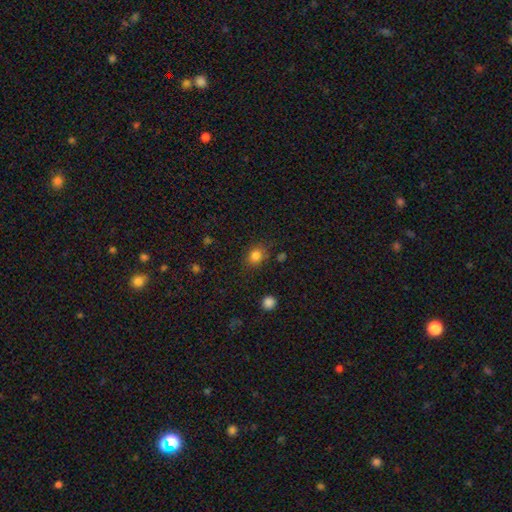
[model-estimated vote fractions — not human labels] Overall: smooth (82%). How rounded: round (65%; in between 34%). Merging: none (80%).